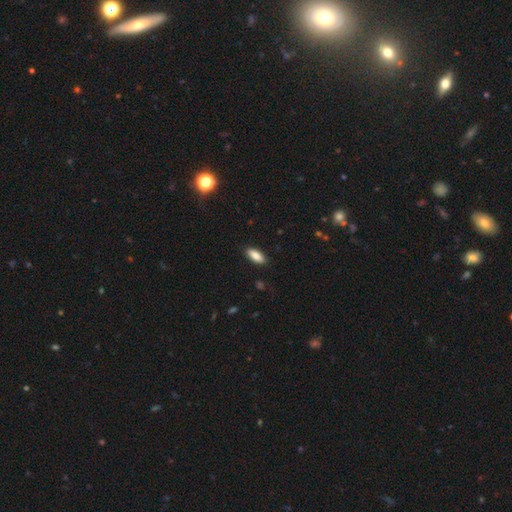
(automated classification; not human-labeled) smooth-or-featured: smooth: 86% | featured or disk: 8% | star or artifact: 7%
  how-rounded: in between: 79% | cigar-shaped: 19% | round: 2%
  merging: none: 88% | minor disturbance: 9% | major disturbance: 2% | merger: 1%